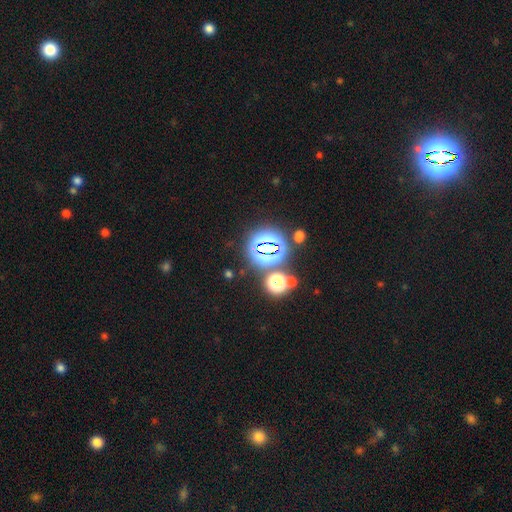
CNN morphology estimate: star or artifact 79%, smooth 15%, featured or disk 6%.